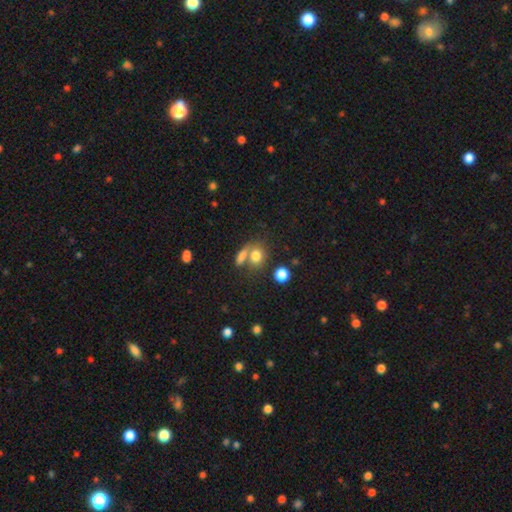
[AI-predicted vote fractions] A smooth galaxy with no disk features (78%) that is round (56%). Merging: none (49%).